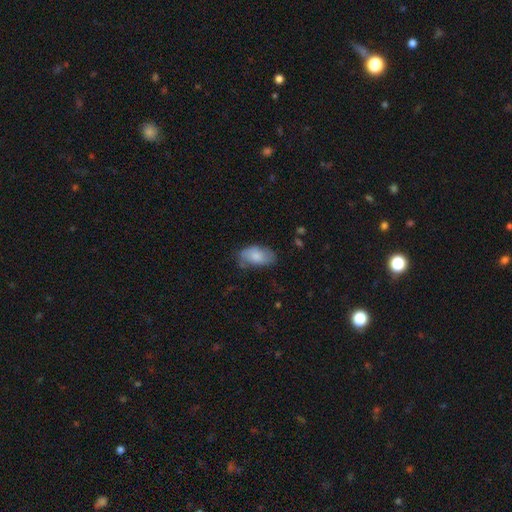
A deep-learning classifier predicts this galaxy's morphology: The model was most divided on "merging": none: 55%, minor disturbance: 32%, major disturbance: 11%, merger: 2%. More confident: how rounded — in between (93%); smooth or featured — smooth (74%).